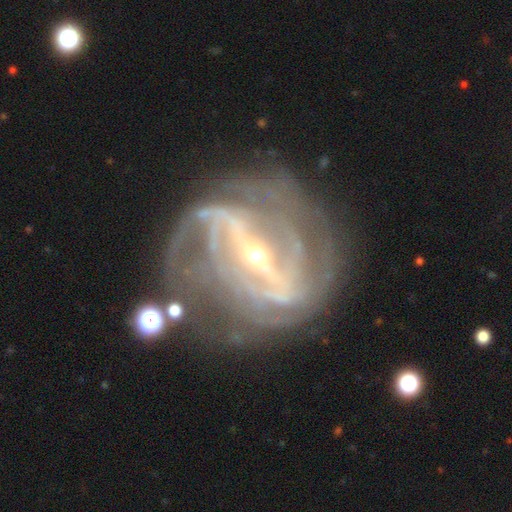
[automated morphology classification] Overall: featured or disk (91%). Edge-on disk: no (96%). Bar: strong (76%). Spiral arms: yes (95%). Spiral arm count: 2 (31%; can't tell 22%). Spiral winding: tight (46%; medium 39%). Bulge size: small (79%). Merging: none (64%).